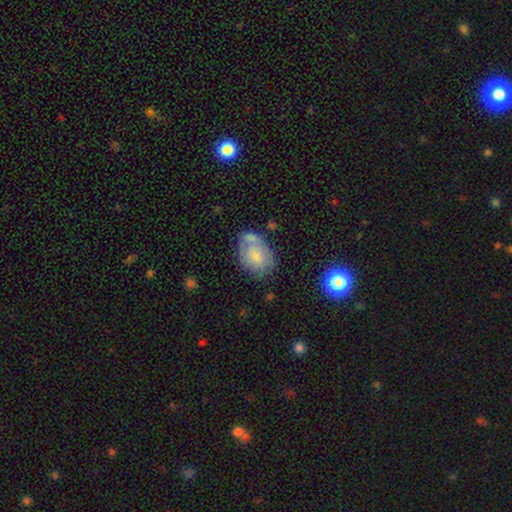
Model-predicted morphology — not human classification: smooth_or_featured: smooth (p=0.62) [alt: featured or disk p=0.29]
how_rounded: in between (p=0.81) [alt: round p=0.18]
merging: none (p=0.45) [alt: minor disturbance p=0.27]